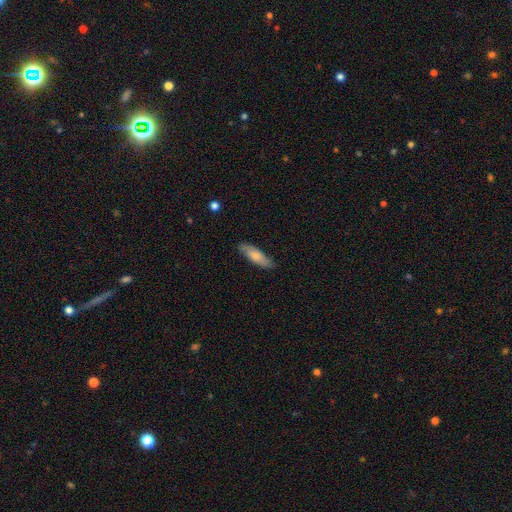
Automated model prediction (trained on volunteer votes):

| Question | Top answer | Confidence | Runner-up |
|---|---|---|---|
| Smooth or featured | smooth | 74% | featured or disk (21%) |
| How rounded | cigar-shaped | 51% | in between (48%) |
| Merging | none | 82% | minor disturbance (14%) |